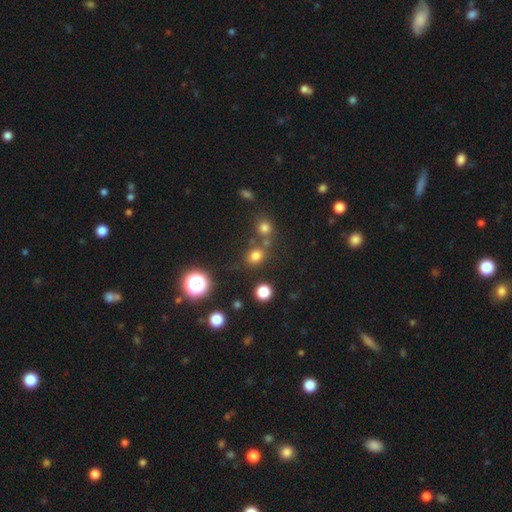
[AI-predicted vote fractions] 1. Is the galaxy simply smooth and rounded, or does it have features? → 73% smooth, 20% star or artifact, 7% featured or disk.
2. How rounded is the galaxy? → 63% round, 36% in between, 1% cigar-shaped.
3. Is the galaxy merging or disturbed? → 70% none, 15% merger, 11% minor disturbance, 5% major disturbance.